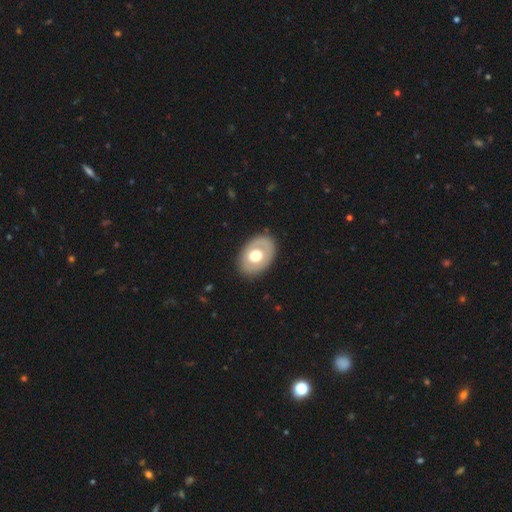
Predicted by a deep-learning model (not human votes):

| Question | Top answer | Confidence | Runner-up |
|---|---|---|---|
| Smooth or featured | smooth | 53% | featured or disk (41%) |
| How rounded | in between | 75% | round (24%) |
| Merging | none | 82% | minor disturbance (13%) |